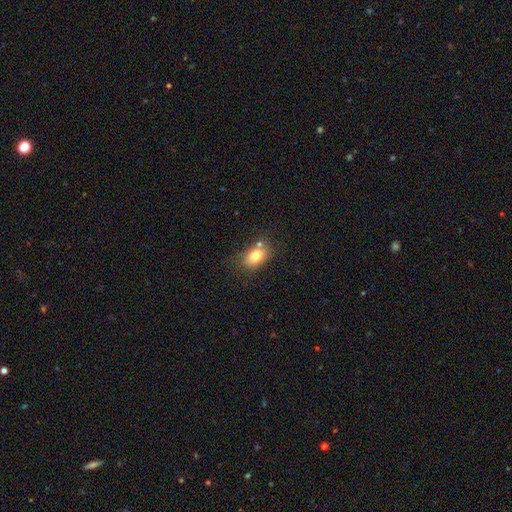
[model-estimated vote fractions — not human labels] Smooth or featured: smooth — 79% (featured or disk — 12%)
How rounded: in between — 76% (round — 22%)
Merging: none — 61% (minor disturbance — 20%)